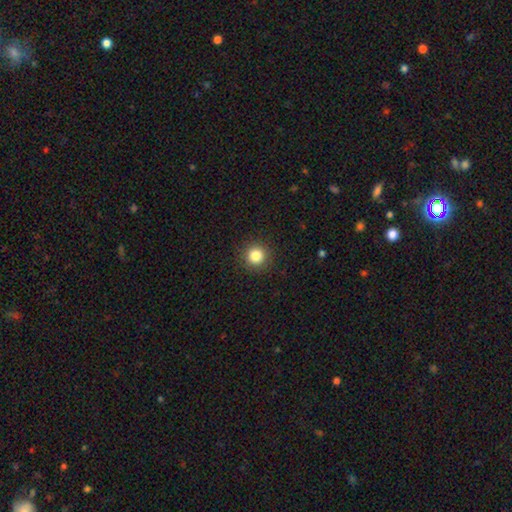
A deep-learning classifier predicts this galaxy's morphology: This is clearly a smooth galaxy (83%). How rounded: clearly round (95%). Merging: clearly none (92%).